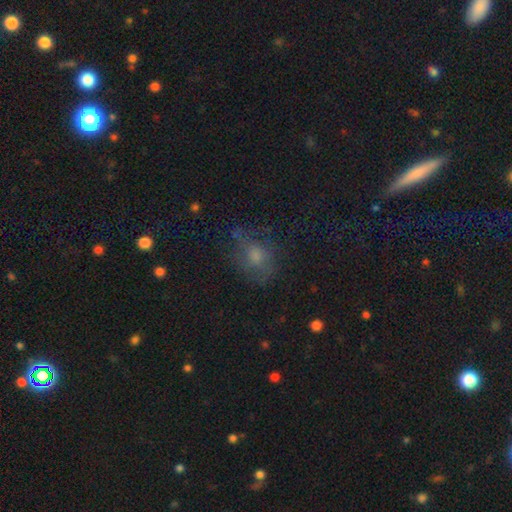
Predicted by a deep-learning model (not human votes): smooth-or-featured: smooth: 55% | featured or disk: 28% | star or artifact: 17%
  how-rounded: round: 51% | in between: 47% | cigar-shaped: 2%
  merging: none: 57% | minor disturbance: 23% | major disturbance: 17% | merger: 2%